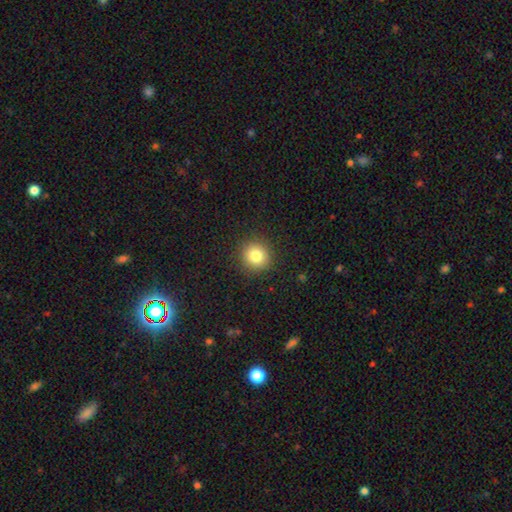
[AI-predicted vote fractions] Overall: smooth (81%). How rounded: round (91%). Merging: none (91%).